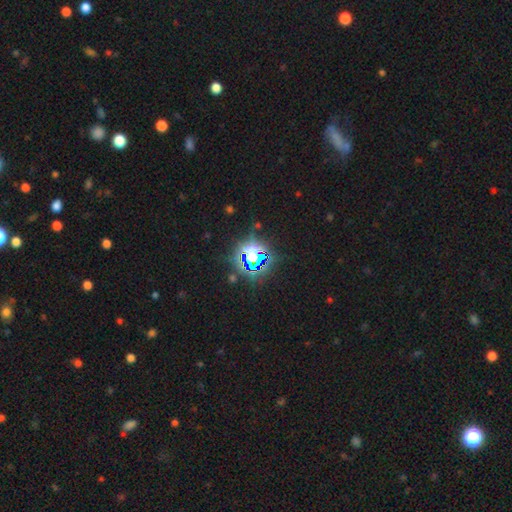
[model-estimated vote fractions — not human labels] Smooth or featured? star or artifact (79%)